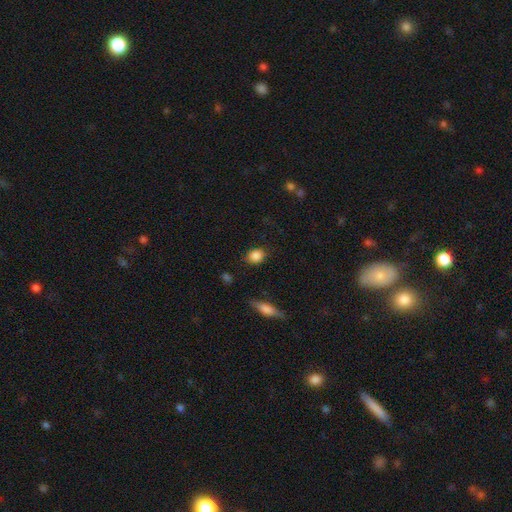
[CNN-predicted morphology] This is clearly a smooth galaxy (87%). How rounded: possibly round (59%). Merging: clearly none (84%).